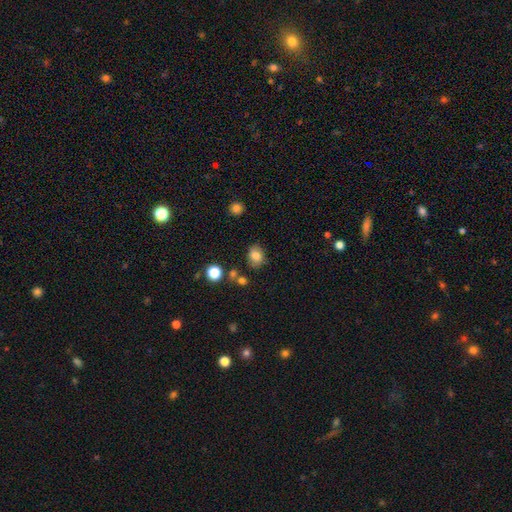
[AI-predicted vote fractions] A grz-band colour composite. It shows a smooth galaxy with no disk features (80%) that is round (50%). Merging: none (78%).